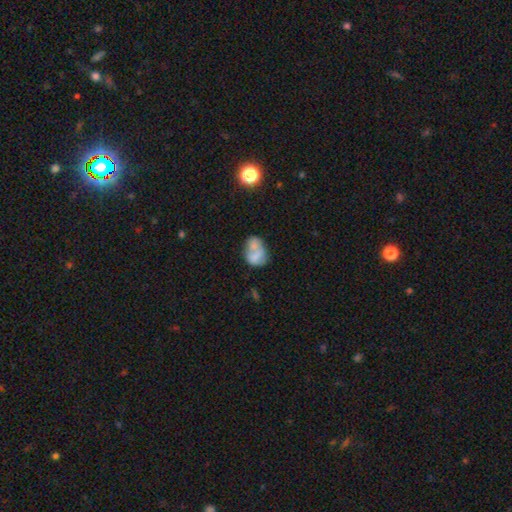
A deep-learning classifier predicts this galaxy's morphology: Smooth or featured?
  - smooth: 62% *
  - featured or disk: 29%
  - star or artifact: 9%
How rounded?
  - in between: 68% *
  - round: 31%
  - cigar-shaped: 1%
Merging?
  - merger: 47% *
  - none: 27%
  - minor disturbance: 16%
  - major disturbance: 10%